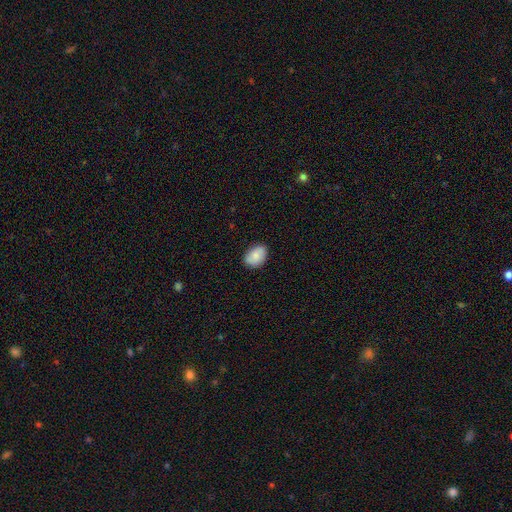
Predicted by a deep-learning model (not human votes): Q: Smooth or featured?
A: smooth (83%); runner-up: featured or disk (11%)
Q: How rounded?
A: in between (80%); runner-up: round (19%)
Q: Merging?
A: none (84%); runner-up: minor disturbance (13%)